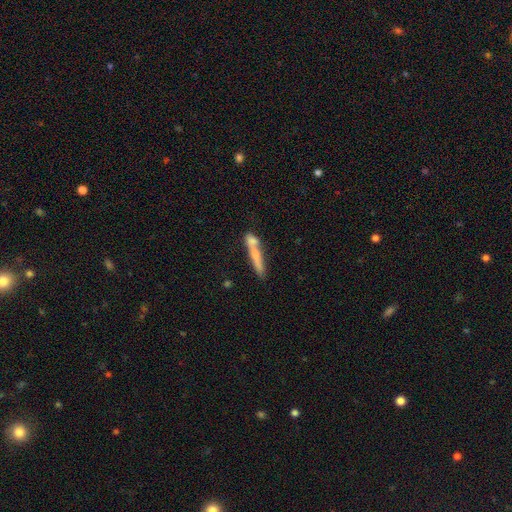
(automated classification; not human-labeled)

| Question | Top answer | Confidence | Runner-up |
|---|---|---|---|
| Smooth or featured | smooth | 64% | featured or disk (28%) |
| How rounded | cigar-shaped | 88% | in between (9%) |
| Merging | none | 45% | merger (33%) |